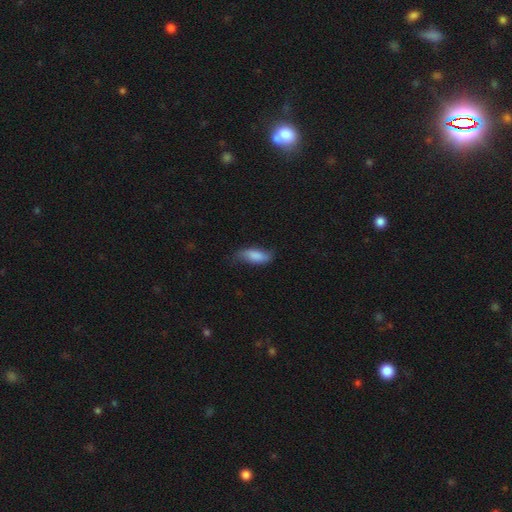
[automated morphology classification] type=smooth (78%); roundness=in between (76%); merging=none (59%).